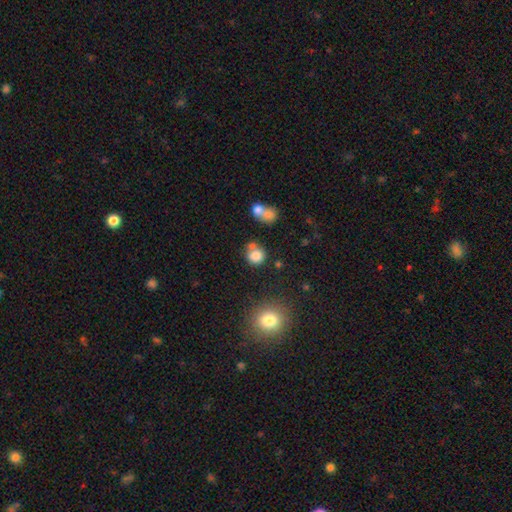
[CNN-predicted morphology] This appears to be a smooth galaxy with no disk features (80%) that is round (85%). Merging: none (57%).